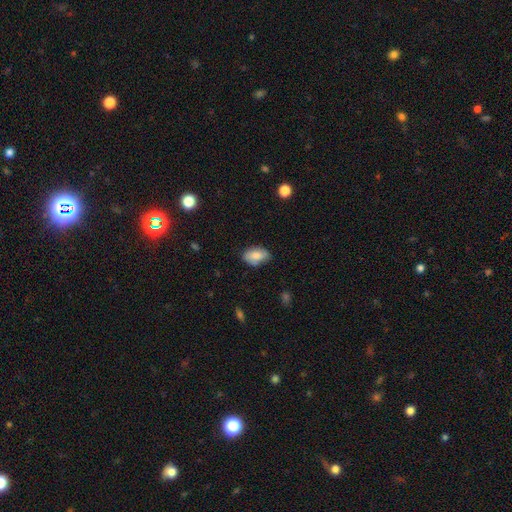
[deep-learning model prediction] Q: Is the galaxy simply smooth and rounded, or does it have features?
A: smooth — 80%.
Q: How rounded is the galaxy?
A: in between — 91%.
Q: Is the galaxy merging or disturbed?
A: none — 74%.